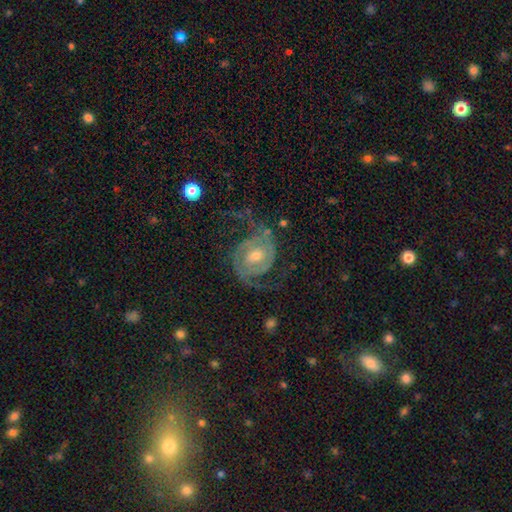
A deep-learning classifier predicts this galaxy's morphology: This appears to be a featured or disk galaxy (89%) with no bar (48%), 2 (89%) medium (47%) spiral arms (97%) and a moderate central bulge (59%). Merging: none (68%).